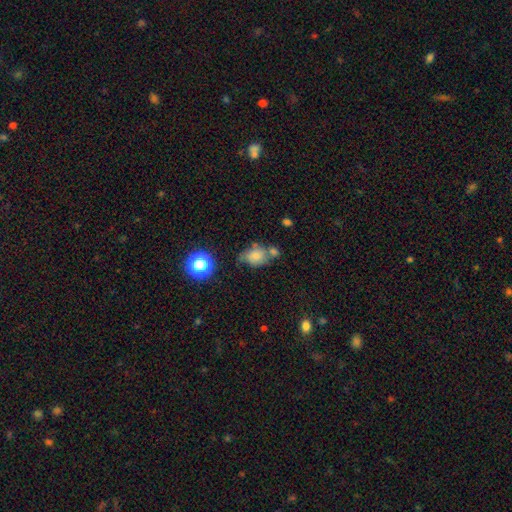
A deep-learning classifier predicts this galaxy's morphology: A smooth galaxy with no disk features (71%) that is in between round and cigar-shaped (61%). Merging: none (42%).